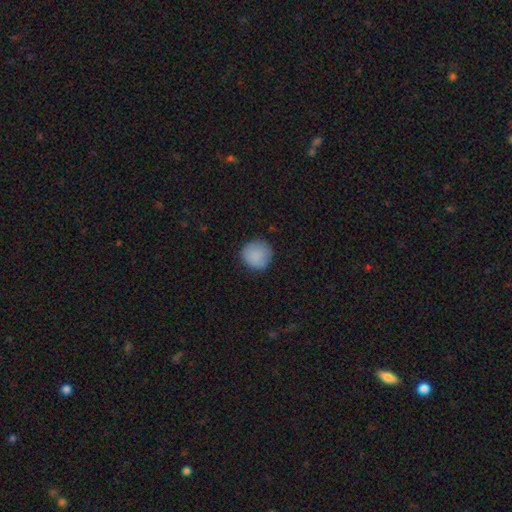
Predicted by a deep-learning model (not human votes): This appears to be a smooth galaxy with no disk features (88%) that is round (92%). Merging: none (83%).